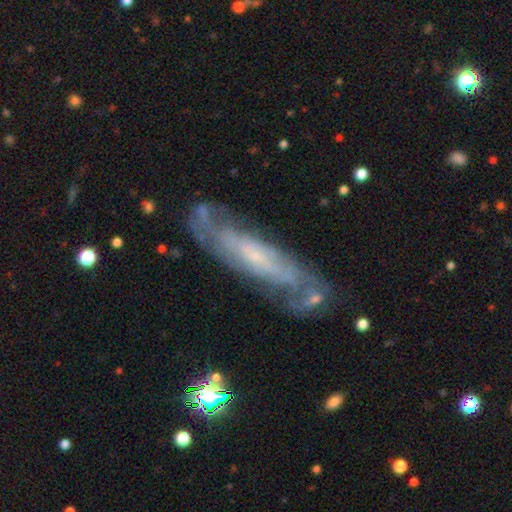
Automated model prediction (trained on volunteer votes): smooth-or-featured: featured or disk: 72% | smooth: 20% | star or artifact: 8%
  disk-edge-on: no: 71% | yes: 29%
    bar: no: 57% | weak: 32% | strong: 11%
    has-spiral-arms: yes: 81% | no: 19%
    bulge-size: small: 65% | moderate: 17% | none: 14% | large: 2% | dominant: 1%
  merging: none: 63% | minor disturbance: 20% | major disturbance: 11% | merger: 6%